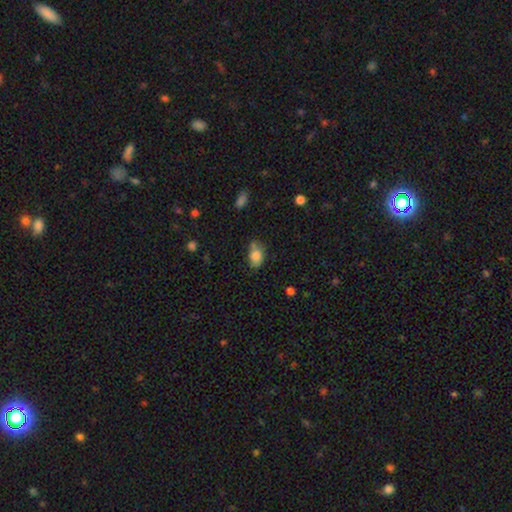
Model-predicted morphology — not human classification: Smooth or featured? Predicted: smooth (p=0.80). How rounded? Predicted: in between (p=0.82). Merging? Predicted: none (p=0.53).